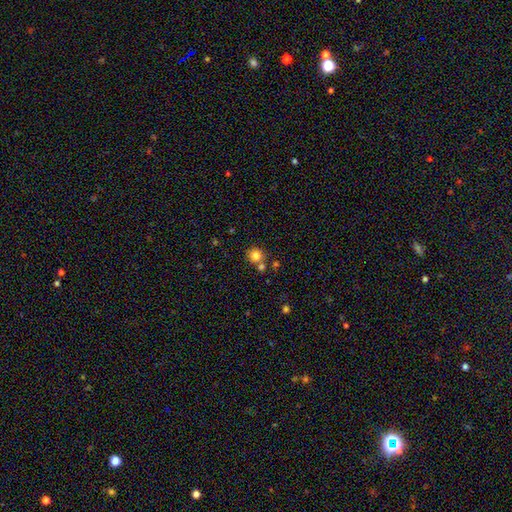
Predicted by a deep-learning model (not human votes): The model was most divided on "merging": none: 69%, merger: 19%, minor disturbance: 9%, major disturbance: 3%. More confident: how rounded — round (89%); smooth or featured — smooth (81%).